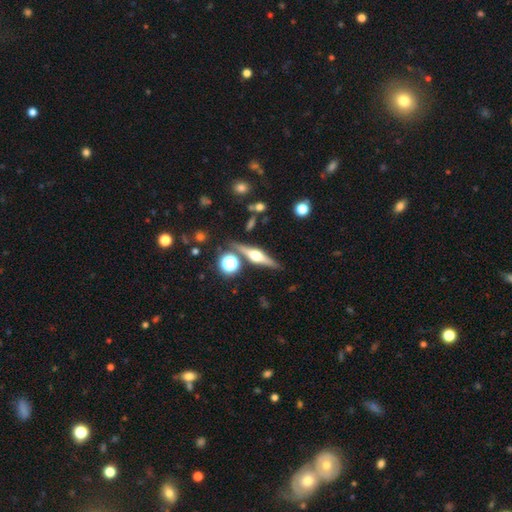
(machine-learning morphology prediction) type=featured or disk (73%); edge-on=yes (97%); edge-on bulge=rounded (94%); merging=none (83%).